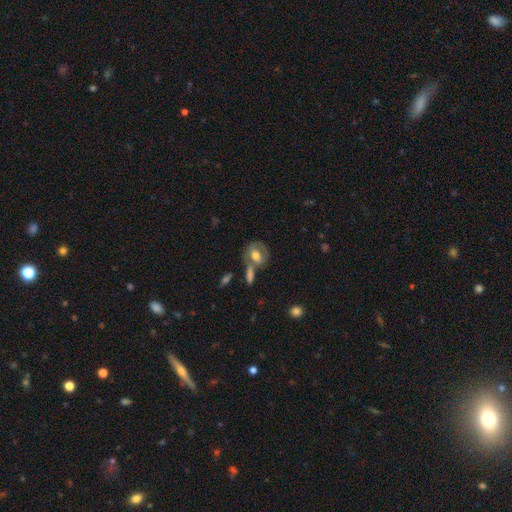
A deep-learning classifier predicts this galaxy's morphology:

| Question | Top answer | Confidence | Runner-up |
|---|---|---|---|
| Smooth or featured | smooth | 48% | featured or disk (45%) |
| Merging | none | 51% | merger (25%) |